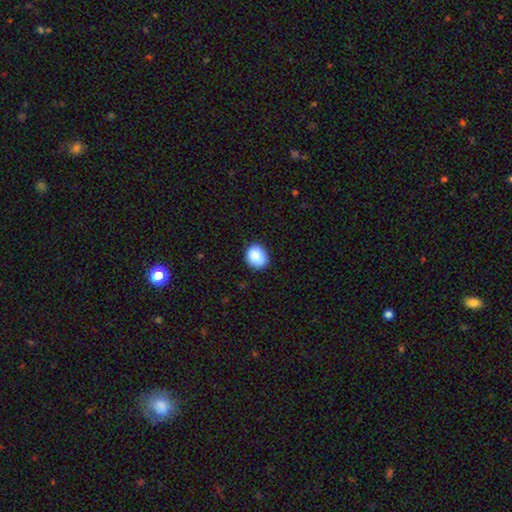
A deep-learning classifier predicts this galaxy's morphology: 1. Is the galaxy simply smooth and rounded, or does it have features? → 88% smooth, 8% star or artifact, 4% featured or disk.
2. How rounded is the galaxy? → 57% round, 43% in between, 1% cigar-shaped.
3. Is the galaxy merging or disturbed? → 81% none, 15% minor disturbance, 2% major disturbance, 1% merger.